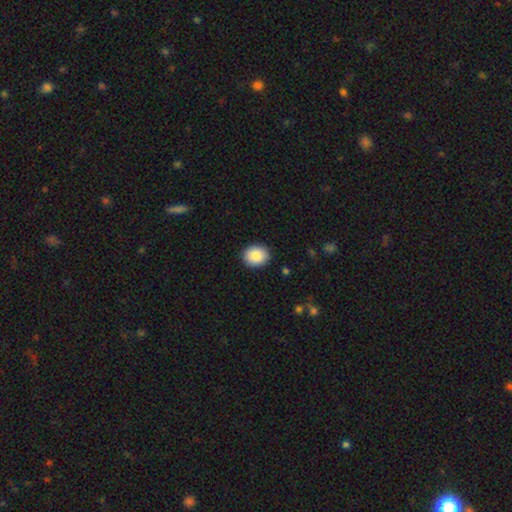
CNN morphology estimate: Smooth or featured? Predicted: smooth (p=0.87). How rounded? Predicted: round (p=0.69). Merging? Predicted: none (p=0.90).